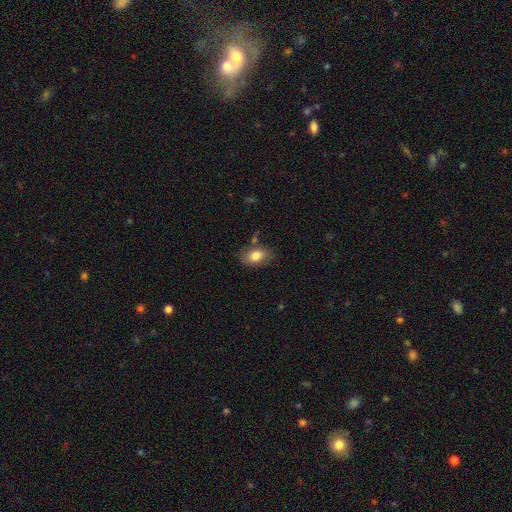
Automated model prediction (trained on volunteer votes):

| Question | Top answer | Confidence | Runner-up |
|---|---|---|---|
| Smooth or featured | smooth | 79% | featured or disk (13%) |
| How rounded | in between | 86% | round (13%) |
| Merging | none | 70% | minor disturbance (18%) |